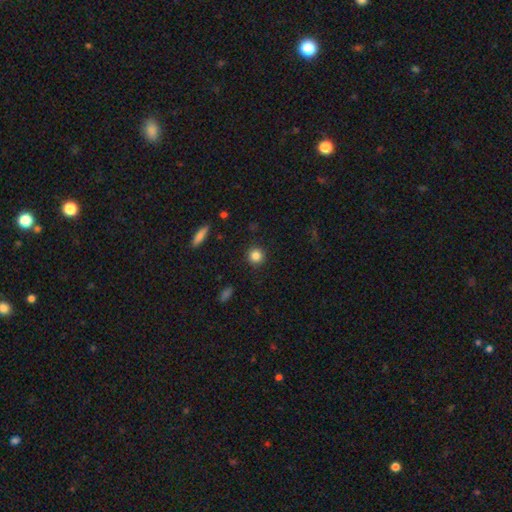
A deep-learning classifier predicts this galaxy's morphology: Smooth or featured? smooth (84%)
How rounded? round (92%)
Merging? none (90%)